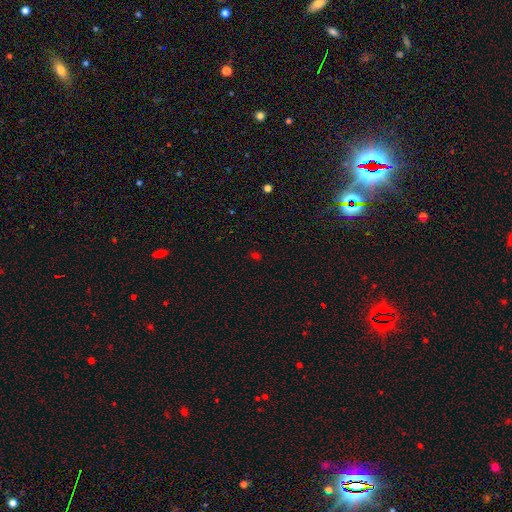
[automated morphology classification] smooth 49%, star or artifact 45%, featured or disk 6%. Down the decision tree: merging — none (81%).